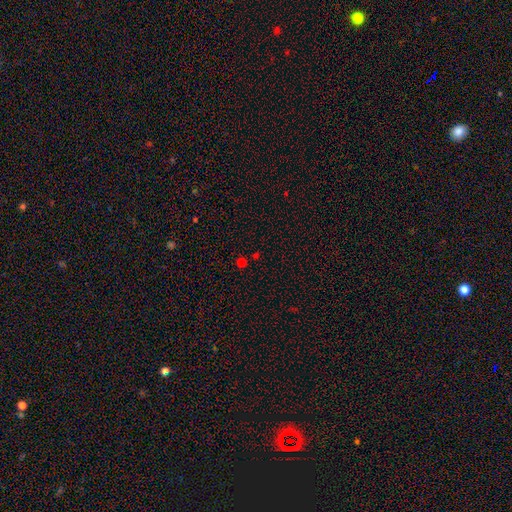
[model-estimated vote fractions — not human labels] Overall: smooth (59%; star or artifact 36%). How rounded: round (89%). Merging: none (81%).